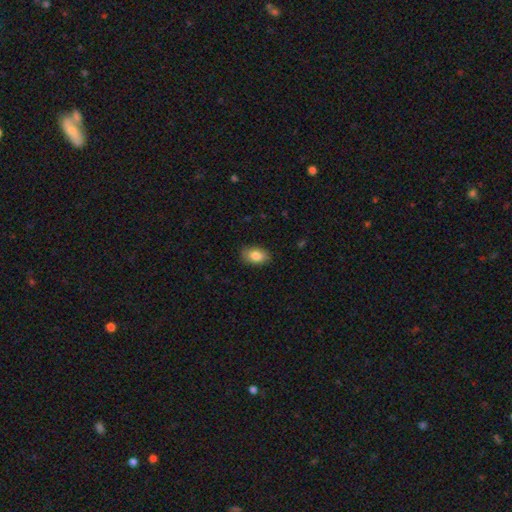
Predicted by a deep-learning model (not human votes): Q: Smooth or featured?
A: smooth (85%); runner-up: featured or disk (8%)
Q: How rounded?
A: in between (87%); runner-up: round (11%)
Q: Merging?
A: none (86%); runner-up: minor disturbance (11%)